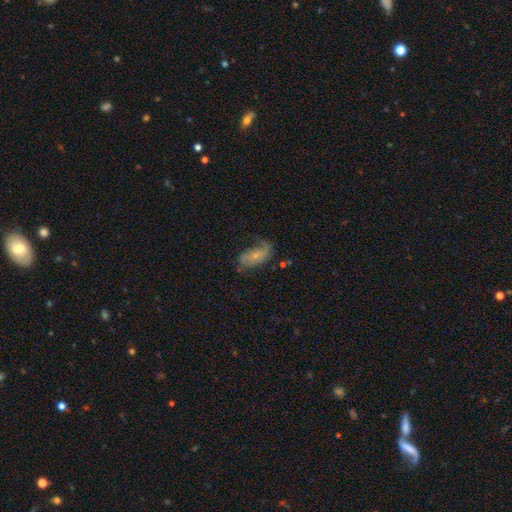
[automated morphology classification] This appears to be a featured or disk galaxy (58%) with no bar (68%), spiral arms (82%) and a small central bulge (68%). Merging: none (48%).